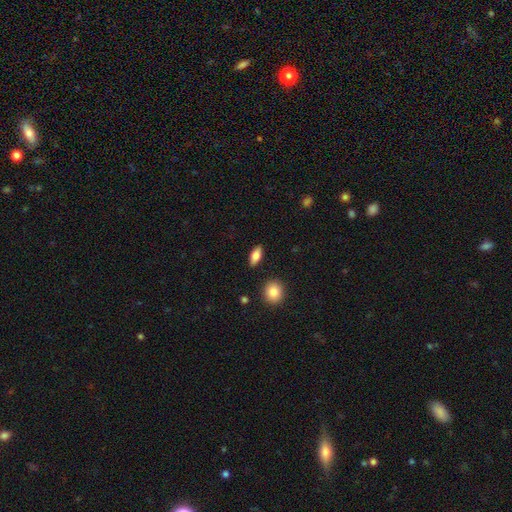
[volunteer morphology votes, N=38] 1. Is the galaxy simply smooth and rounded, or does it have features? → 84% smooth, 13% featured or disk, 3% star or artifact.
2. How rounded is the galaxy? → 78% in between, 12% round, 9% cigar-shaped.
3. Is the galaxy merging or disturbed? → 92% none, 5% merger, 3% major disturbance, 0% minor disturbance.